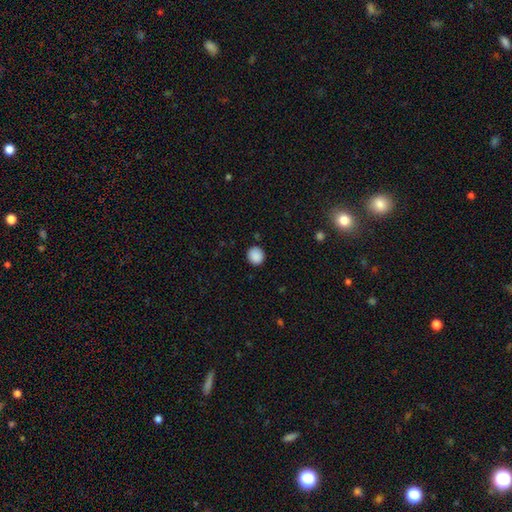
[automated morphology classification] The model was most divided on "how rounded": round: 85%, in between: 14%, cigar-shaped: 1%. More confident: merging — none (88%); smooth or featured — smooth (88%).